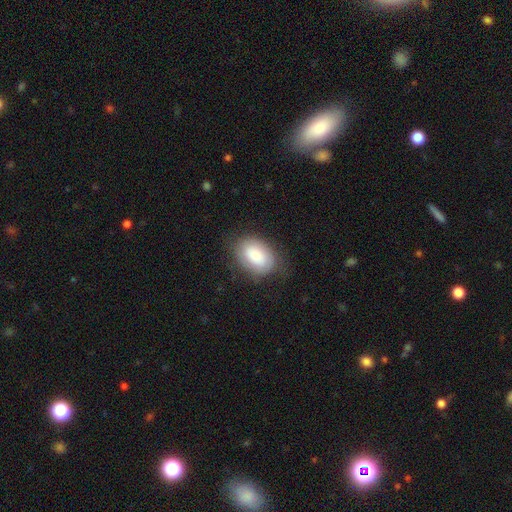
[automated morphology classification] smooth-or-featured: smooth: 72% | featured or disk: 21% | star or artifact: 7%
  how-rounded: in between: 83% | round: 16% | cigar-shaped: 1%
  merging: none: 71% | minor disturbance: 20% | major disturbance: 8% | merger: 1%